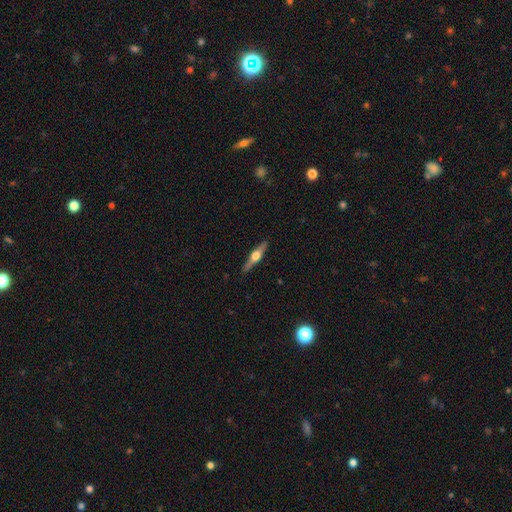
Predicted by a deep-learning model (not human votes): smooth_or_featured: featured or disk (p=0.70) [alt: smooth p=0.25]
disk_edge_on: yes (p=0.96) [alt: no p=0.04]
edge_on_bulge: rounded (p=0.93) [alt: boxy p=0.05]
merging: none (p=0.89) [alt: minor disturbance p=0.08]